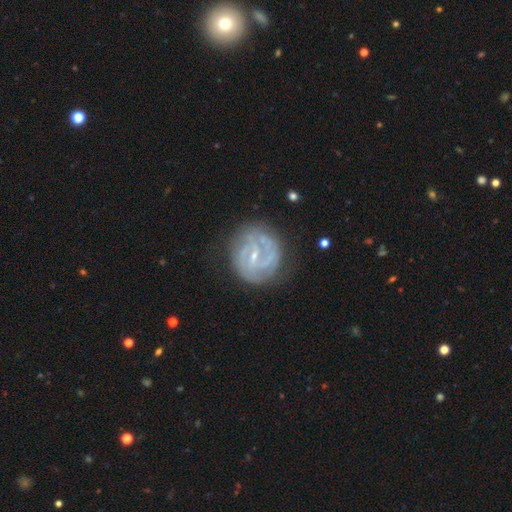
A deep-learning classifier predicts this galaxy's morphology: Smooth or featured? featured or disk (85%)
Edge-on disk? no (98%)
Bar? weak (52%)
Spiral arms? yes (94%)
Spiral winding? tight (55%)
Spiral arm count? 2 (55%)
Bulge size? small (76%)
Merging? none (76%)